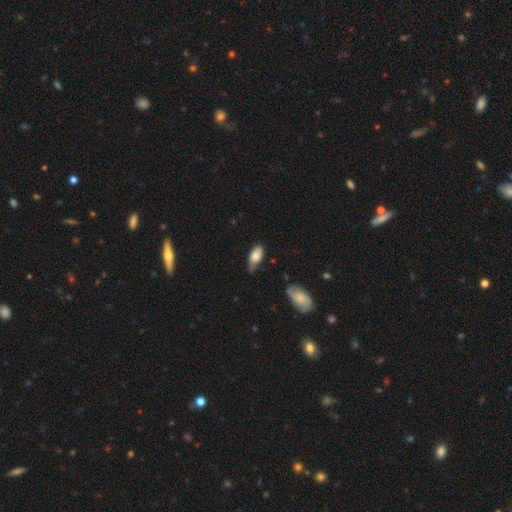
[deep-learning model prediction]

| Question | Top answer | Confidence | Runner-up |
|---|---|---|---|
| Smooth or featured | smooth | 76% | featured or disk (17%) |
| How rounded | in between | 90% | cigar-shaped (5%) |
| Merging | minor disturbance | 46% | none (36%) |